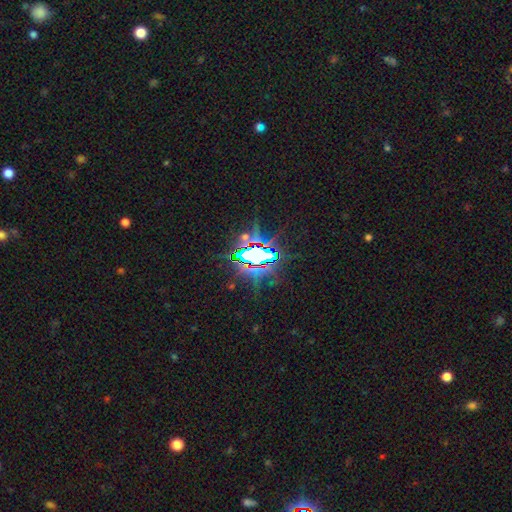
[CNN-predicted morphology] Smooth or featured? star or artifact (74%)